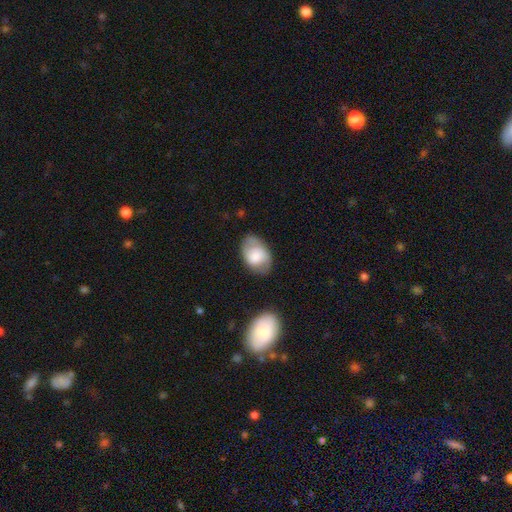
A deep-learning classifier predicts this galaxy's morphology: The model was most divided on "smooth or featured": smooth: 67%, featured or disk: 26%, star or artifact: 7%. More confident: how rounded — in between (87%); merging — none (68%).